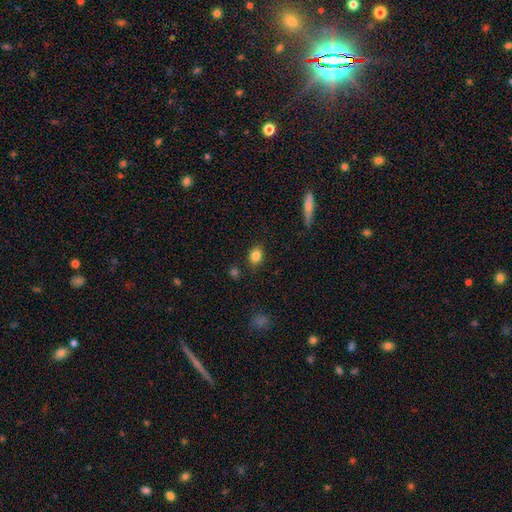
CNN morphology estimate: Overall: smooth (84%). How rounded: in between (61%; round 37%). Merging: none (85%).